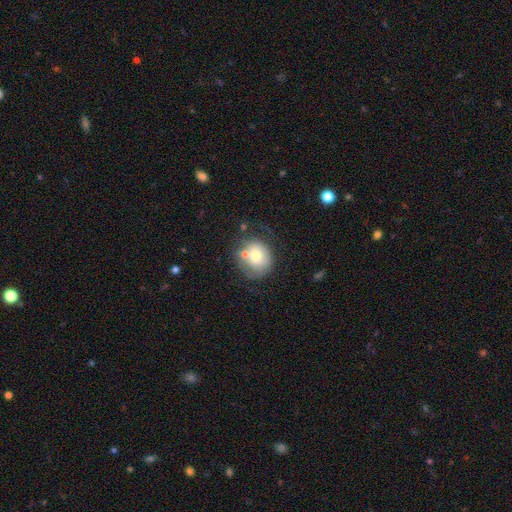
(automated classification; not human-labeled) smooth_or_featured: smooth (p=0.66) [alt: featured or disk p=0.26]
how_rounded: round (p=0.72) [alt: in between p=0.27]
merging: none (p=0.46) [alt: minor disturbance p=0.23]